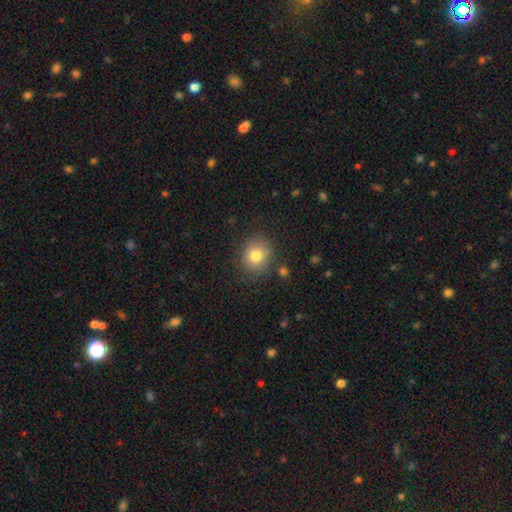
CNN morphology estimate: This appears to be a smooth galaxy with no disk features (80%) that is round (77%). Merging: none (81%).